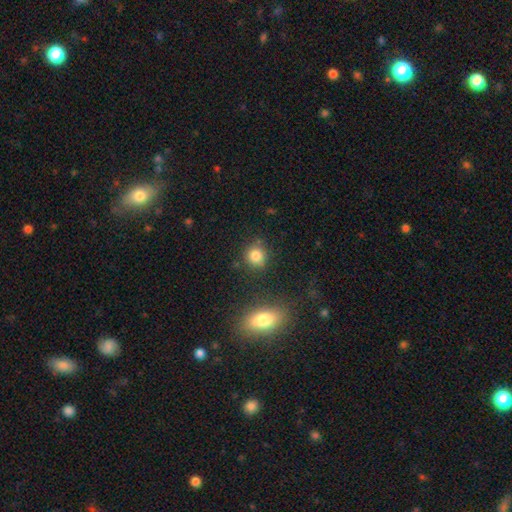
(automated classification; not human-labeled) smooth_or_featured: smooth (p=0.84) [alt: star or artifact p=0.11]
how_rounded: round (p=0.84) [alt: in between p=0.14]
merging: none (p=0.80) [alt: minor disturbance p=0.11]